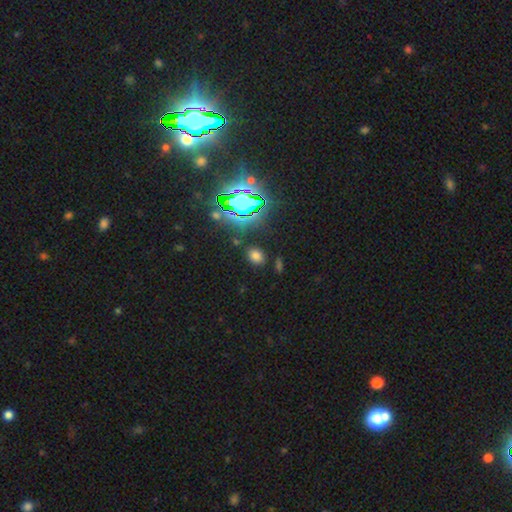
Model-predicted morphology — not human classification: smooth 65%, star or artifact 28%, featured or disk 7%. Down the decision tree: how rounded — in between (58%); merging — none (85%).